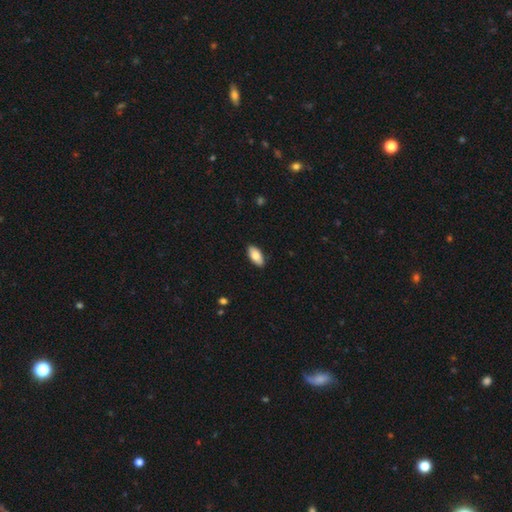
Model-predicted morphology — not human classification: Smooth or featured? smooth (81%)
How rounded? in between (92%)
Merging? none (88%)